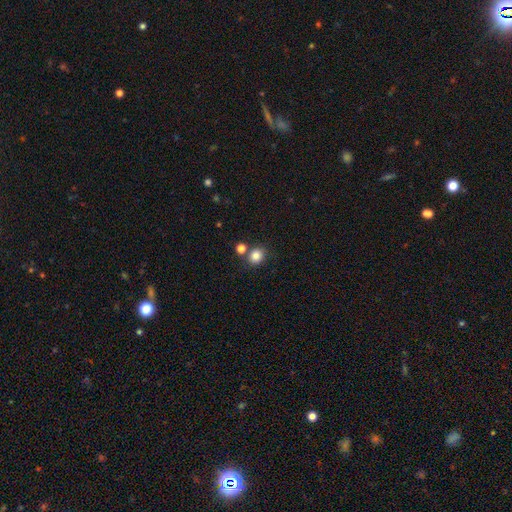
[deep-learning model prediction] Smooth or featured? Predicted: smooth (p=0.83). How rounded? Predicted: round (p=0.75). Merging? Predicted: none (p=0.72).